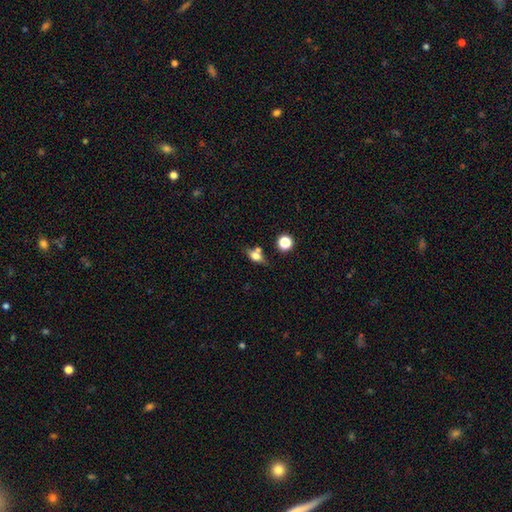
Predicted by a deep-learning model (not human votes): smooth 61%, featured or disk 28%, star or artifact 12%. Down the decision tree: how rounded — in between (64%); merging — none (58%).